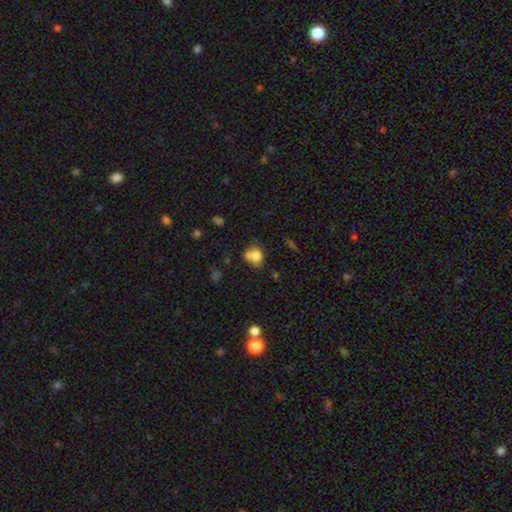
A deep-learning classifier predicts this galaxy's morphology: A smooth galaxy with no disk features (76%) that is round (54%).

Vote fractions:
- Smooth or featured? smooth: 76% / featured or disk: 13% / star or artifact: 11%
- How rounded? round: 54% / in between: 45% / cigar-shaped: 1%
- Merging? none: 40% / merger: 31% / minor disturbance: 20% / major disturbance: 9%